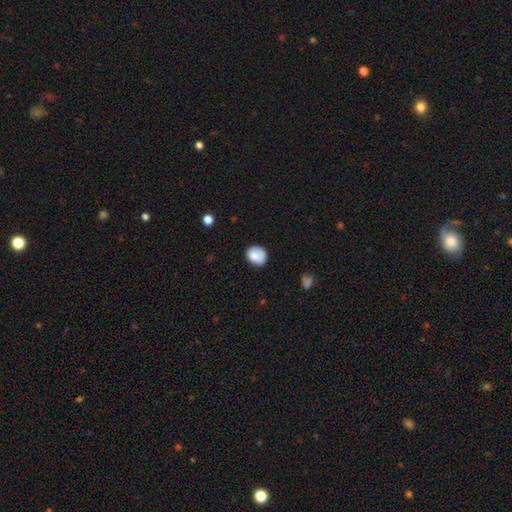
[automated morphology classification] This is likely a smooth galaxy (79%). How rounded: possibly round (60%). Merging: likely none (67%).